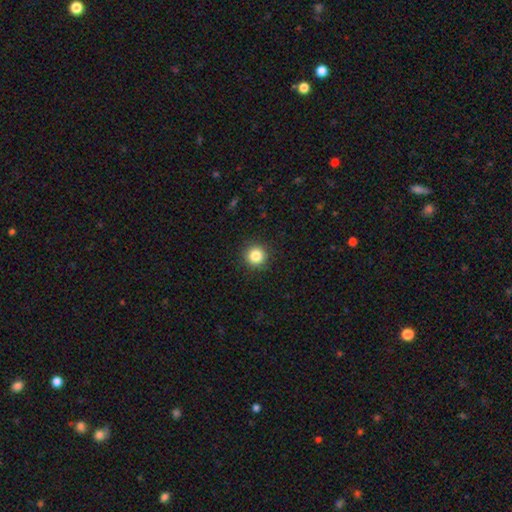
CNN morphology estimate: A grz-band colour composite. It shows a smooth galaxy with no disk features (84%) that is round (95%). Merging: none (92%).